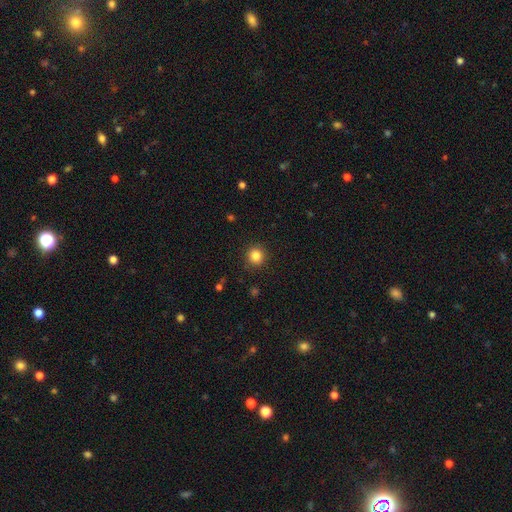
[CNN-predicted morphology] Smooth or featured: smooth — 84% (star or artifact — 11%)
How rounded: round — 91% (in between — 8%)
Merging: none — 90% (minor disturbance — 6%)